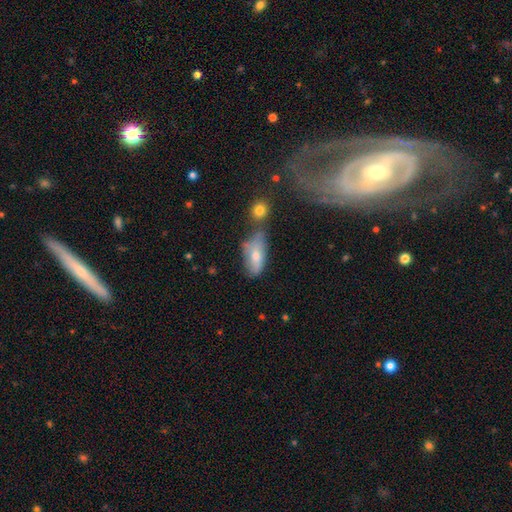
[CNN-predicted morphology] smooth_or_featured: smooth (p=0.65) [alt: featured or disk p=0.26]
how_rounded: in between (p=0.86) [alt: cigar-shaped p=0.10]
merging: none (p=0.39) [alt: minor disturbance p=0.27]